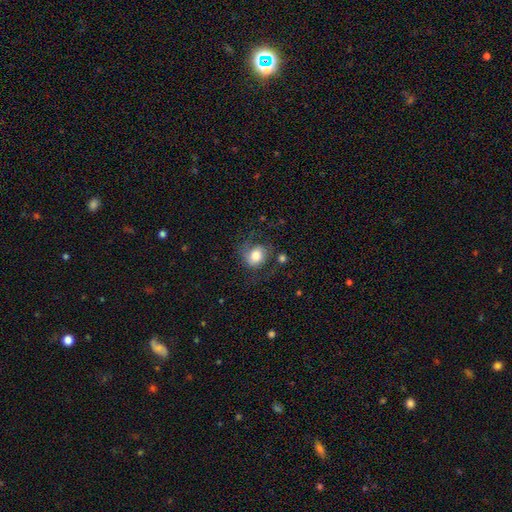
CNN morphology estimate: A smooth galaxy with no disk features (63%) that is round (64%).

Vote fractions:
- Smooth or featured? smooth: 63% / featured or disk: 28% / star or artifact: 9%
- How rounded? round: 64% / in between: 35% / cigar-shaped: 1%
- Merging? none: 52% / minor disturbance: 23% / major disturbance: 20% / merger: 5%